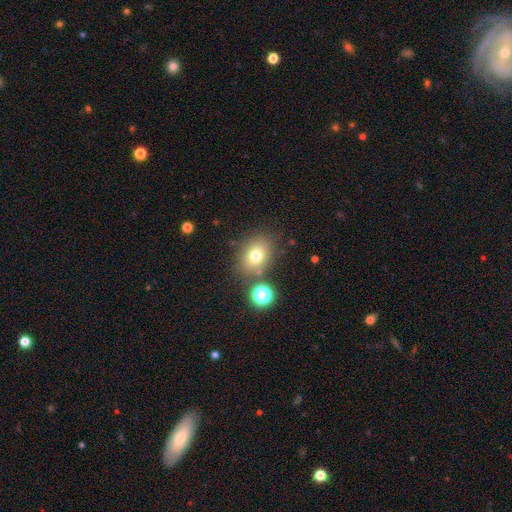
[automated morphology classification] Smooth or featured: smooth — 74% (star or artifact — 14%)
How rounded: in between — 54% (round — 45%)
Merging: none — 75% (minor disturbance — 12%)